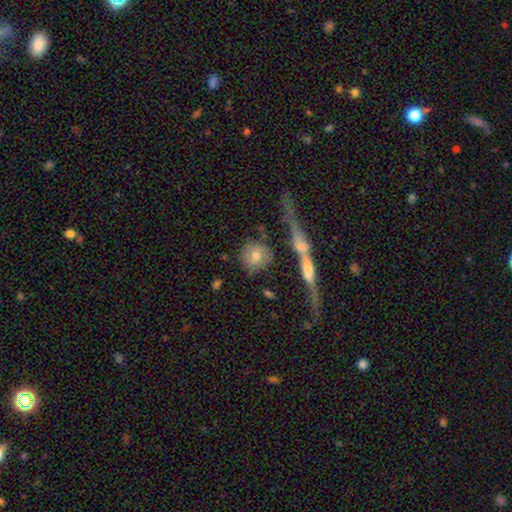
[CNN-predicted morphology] Q: Smooth or featured?
A: smooth (66%); runner-up: featured or disk (24%)
Q: How rounded?
A: round (84%); runner-up: in between (11%)
Q: Merging?
A: none (68%); runner-up: minor disturbance (13%)